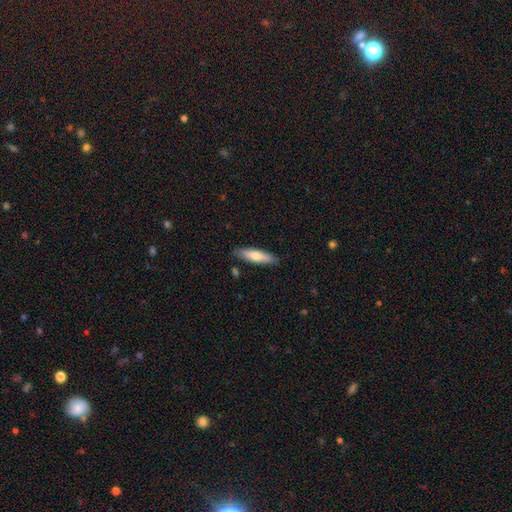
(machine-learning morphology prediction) This is likely a smooth galaxy (68%). How rounded: likely cigar-shaped (68%). Merging: clearly none (86%).